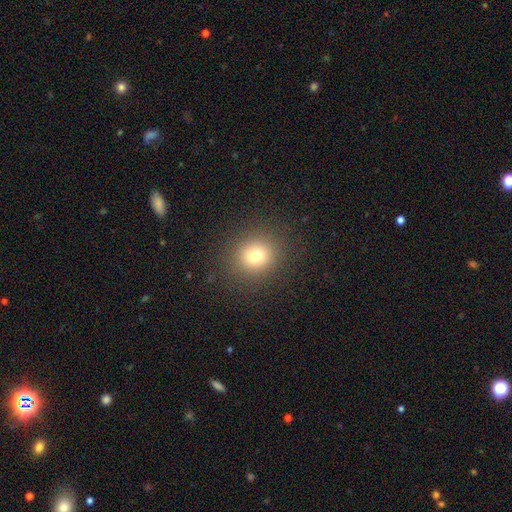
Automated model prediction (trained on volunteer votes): smooth 76%, star or artifact 15%, featured or disk 9%. Down the decision tree: how rounded — round (85%); merging — none (89%).